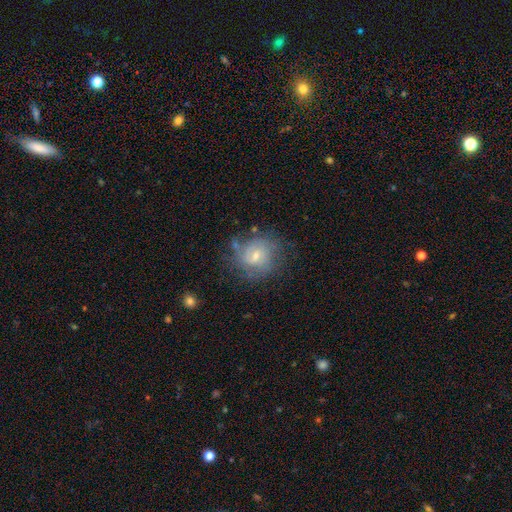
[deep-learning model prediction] Overall: featured or disk (61%; smooth 31%). Edge-on disk: no (97%). Bar: weak (52%; no 40%). Spiral arms: yes (81%). Bulge size: small (53%; moderate 42%). Merging: none (64%).